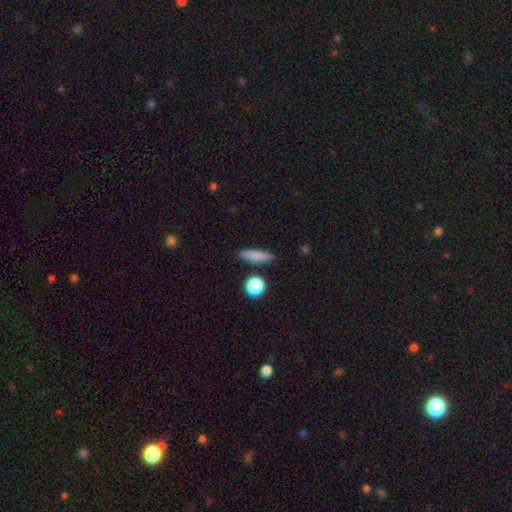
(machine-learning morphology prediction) The model was most divided on "how rounded": cigar-shaped: 73%, in between: 20%, round: 7%. More confident: merging — none (86%); smooth or featured — smooth (81%).